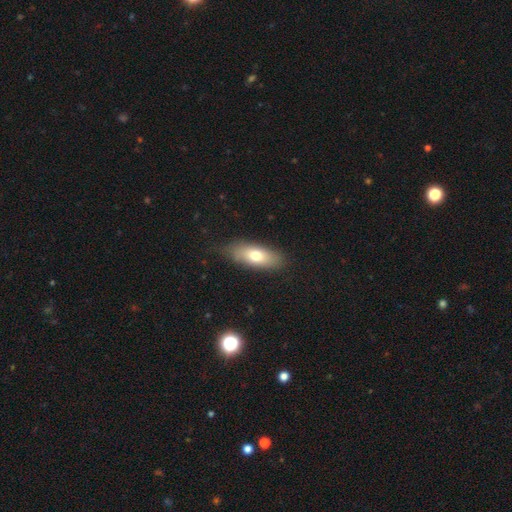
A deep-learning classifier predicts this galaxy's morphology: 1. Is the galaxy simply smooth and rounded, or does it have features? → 72% smooth, 21% featured or disk, 7% star or artifact.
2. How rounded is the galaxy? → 77% in between, 19% cigar-shaped, 4% round.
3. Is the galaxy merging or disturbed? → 77% none, 17% minor disturbance, 4% major disturbance, 1% merger.